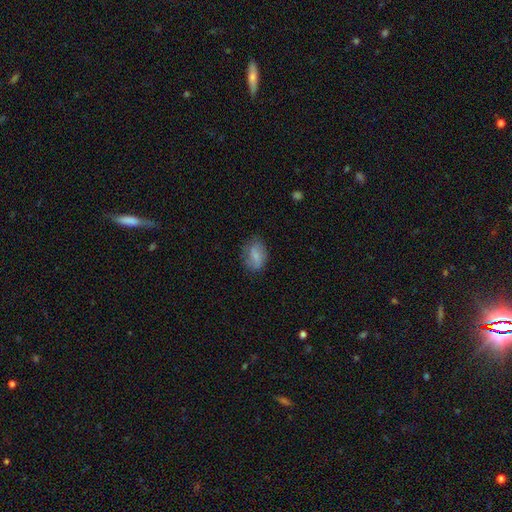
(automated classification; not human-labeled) smooth 68%, featured or disk 24%, star or artifact 8%. Down the decision tree: how rounded — in between (80%); merging — none (67%).